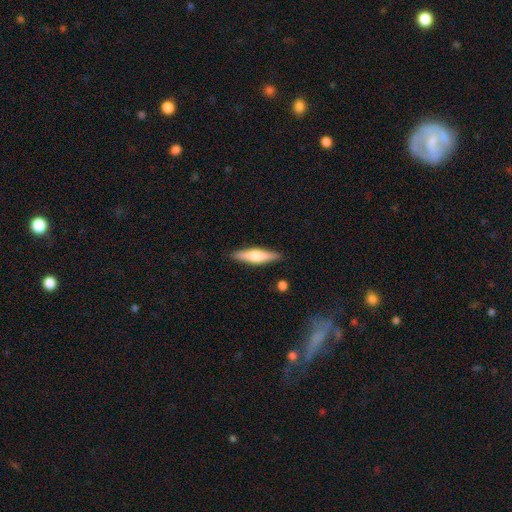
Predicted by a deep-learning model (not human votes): The model was most divided on "smooth or featured": smooth: 53%, featured or disk: 42%, star or artifact: 6%. More confident: merging — none (88%); how rounded — cigar-shaped (72%).